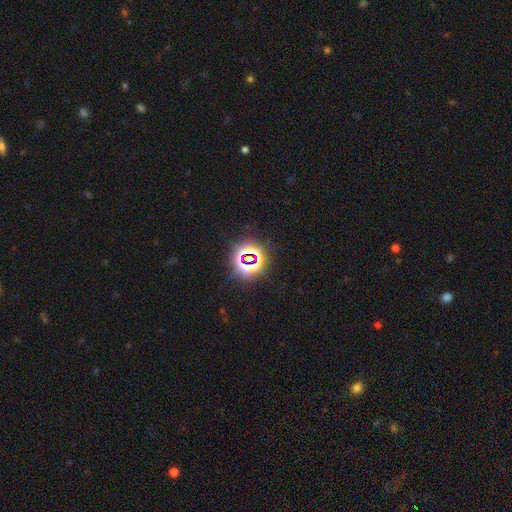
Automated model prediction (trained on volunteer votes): Smooth or featured?
  - star or artifact: 78% *
  - smooth: 14%
  - featured or disk: 8%